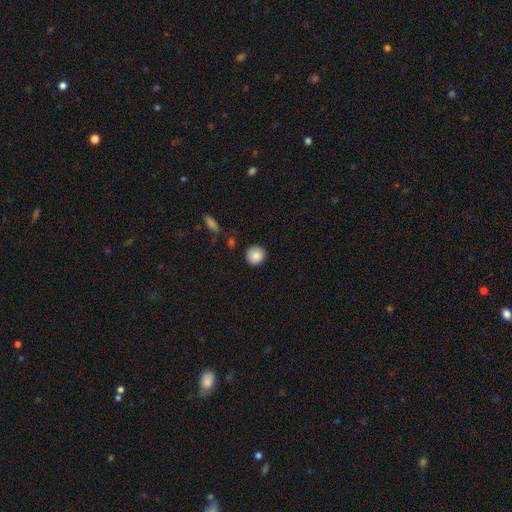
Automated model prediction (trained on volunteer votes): smooth-or-featured: smooth: 87% | star or artifact: 8% | featured or disk: 5%
  how-rounded: round: 92% | in between: 7% | cigar-shaped: 1%
  merging: none: 88% | minor disturbance: 8% | major disturbance: 2% | merger: 2%